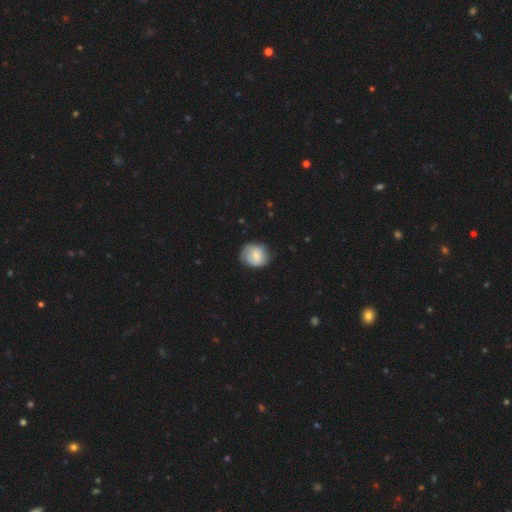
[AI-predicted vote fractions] Morphology: type=smooth (66%); roundness=round (68%); merging=none (67%).